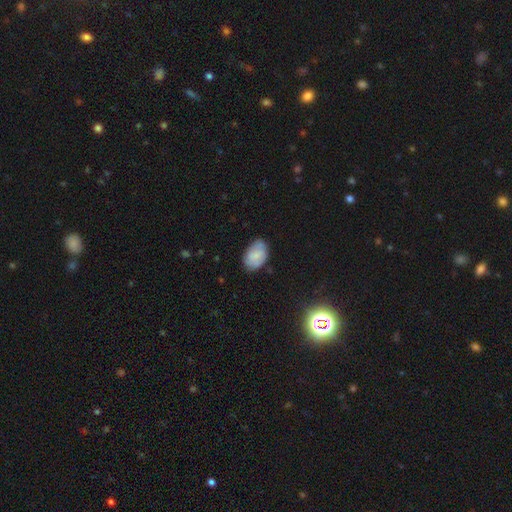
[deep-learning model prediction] Smooth or featured: smooth — 72% (featured or disk — 20%)
How rounded: in between — 88% (round — 11%)
Merging: none — 72% (minor disturbance — 22%)